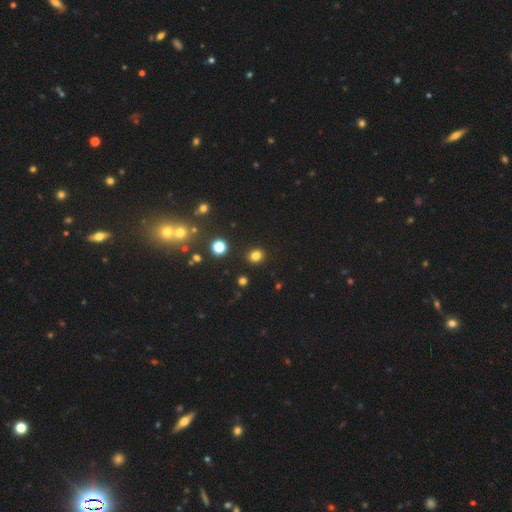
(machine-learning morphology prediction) smooth-or-featured: smooth: 80% | star or artifact: 16% | featured or disk: 5%
  how-rounded: round: 68% | in between: 31% | cigar-shaped: 1%
  merging: none: 89% | minor disturbance: 6% | major disturbance: 2% | merger: 2%